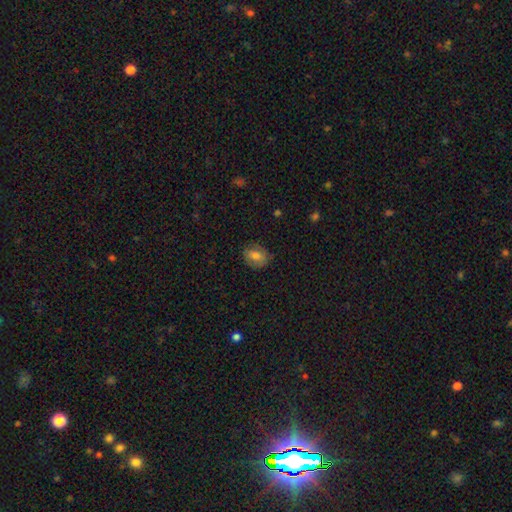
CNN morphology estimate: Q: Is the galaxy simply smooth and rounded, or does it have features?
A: smooth — 74%.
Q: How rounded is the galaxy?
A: in between — 52%.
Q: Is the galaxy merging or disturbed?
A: none — 80%.